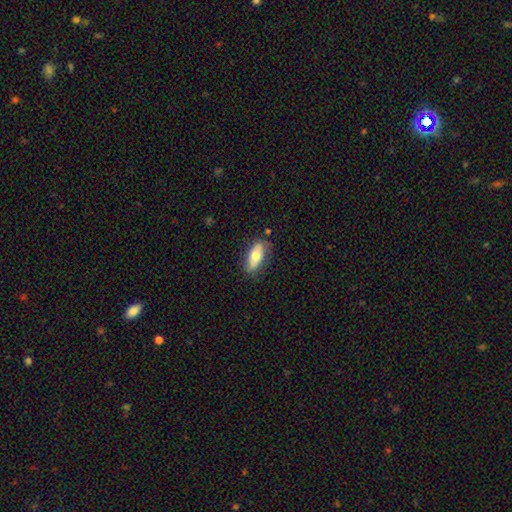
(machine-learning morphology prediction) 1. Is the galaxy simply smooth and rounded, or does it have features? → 64% smooth, 30% featured or disk, 6% star or artifact.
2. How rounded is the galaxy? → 78% in between, 18% cigar-shaped, 3% round.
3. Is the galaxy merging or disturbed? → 80% none, 15% minor disturbance, 3% major disturbance, 2% merger.